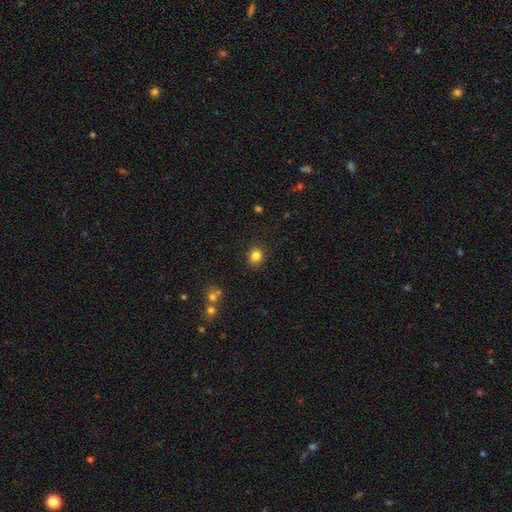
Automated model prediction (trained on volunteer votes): A smooth galaxy with no disk features (84%) that is round (74%). Merging: none (88%).